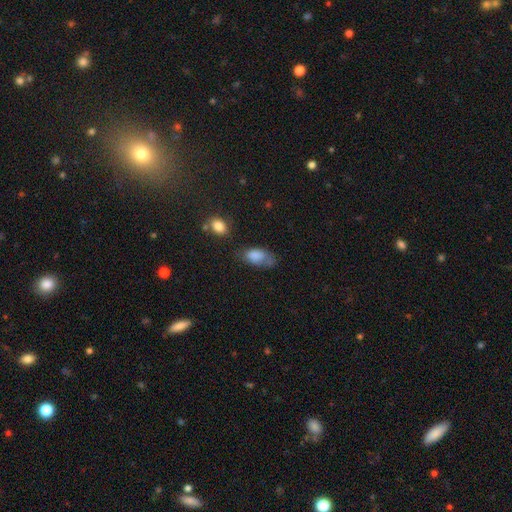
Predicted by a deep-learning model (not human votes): This is clearly a smooth galaxy (80%). How rounded: clearly in between (90%). Merging: marginally none (39%).